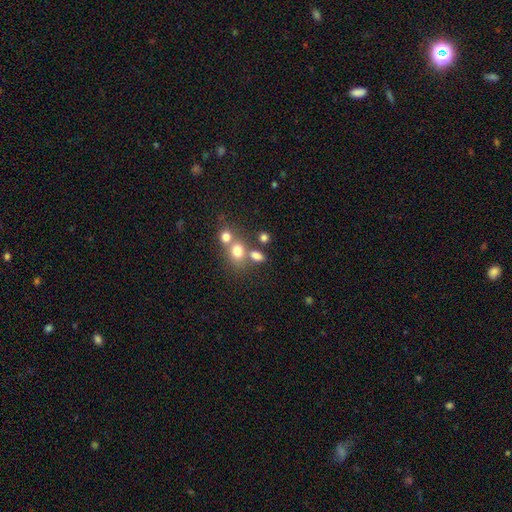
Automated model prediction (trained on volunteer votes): smooth 68%, star or artifact 18%, featured or disk 14%. Down the decision tree: how rounded — round (50%); merging — none (45%).